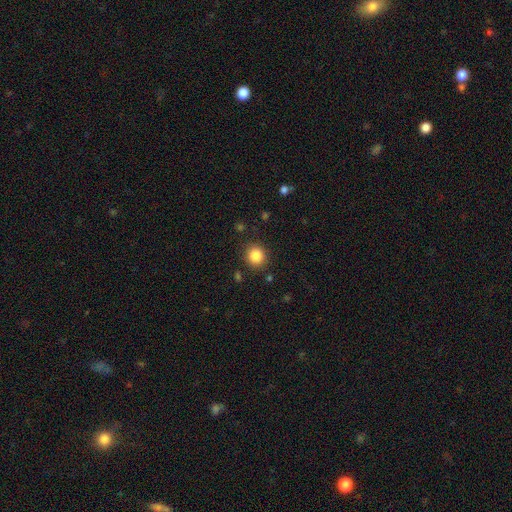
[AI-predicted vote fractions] Q: Smooth or featured?
A: smooth (85%); runner-up: star or artifact (10%)
Q: How rounded?
A: round (88%); runner-up: in between (11%)
Q: Merging?
A: none (89%); runner-up: minor disturbance (7%)